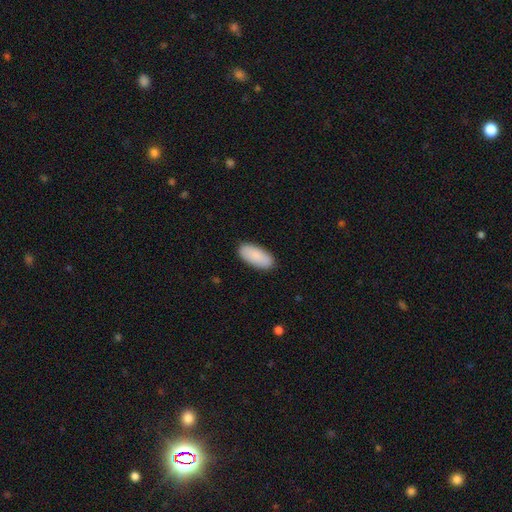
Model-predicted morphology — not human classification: This is clearly a smooth galaxy (89%). How rounded: clearly in between (90%). Merging: clearly none (88%).